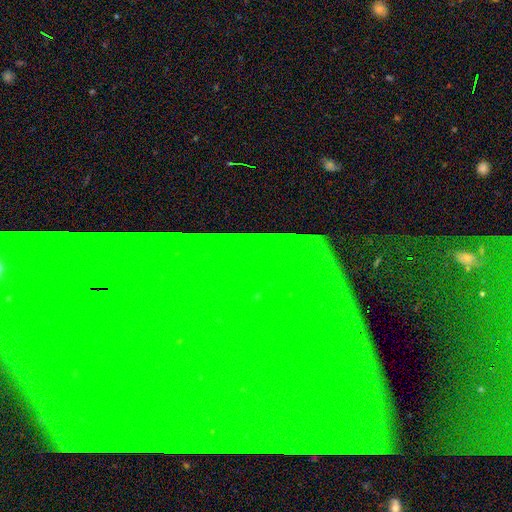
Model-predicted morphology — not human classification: star or artifact 82%, featured or disk 9%, smooth 8%.